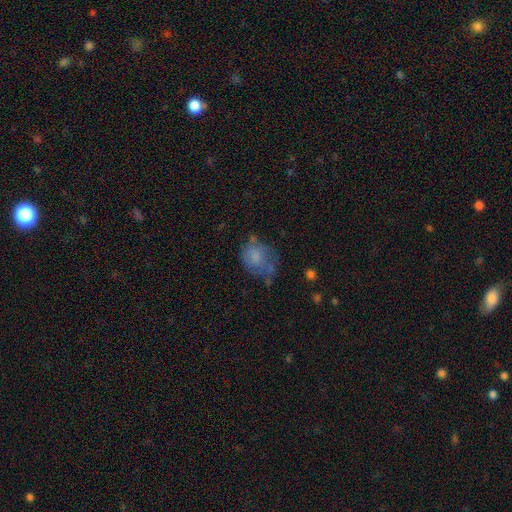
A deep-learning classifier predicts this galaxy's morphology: smooth 56%, featured or disk 30%, star or artifact 14%. Down the decision tree: how rounded — in between (50%); merging — none (47%).